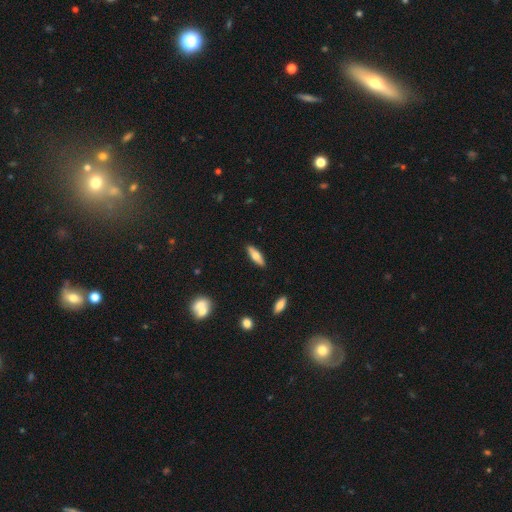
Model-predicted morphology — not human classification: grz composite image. It shows a smooth galaxy with no disk features (65%) that is cigar-shaped (50%). Merging: none (89%).